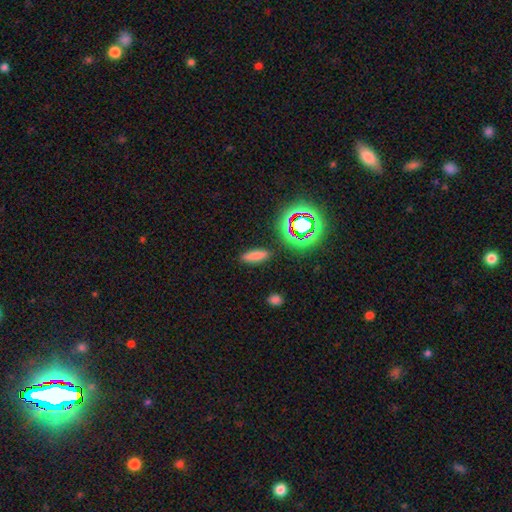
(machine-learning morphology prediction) This is likely a smooth galaxy (76%). How rounded: possibly cigar-shaped (56%). Merging: clearly none (88%).